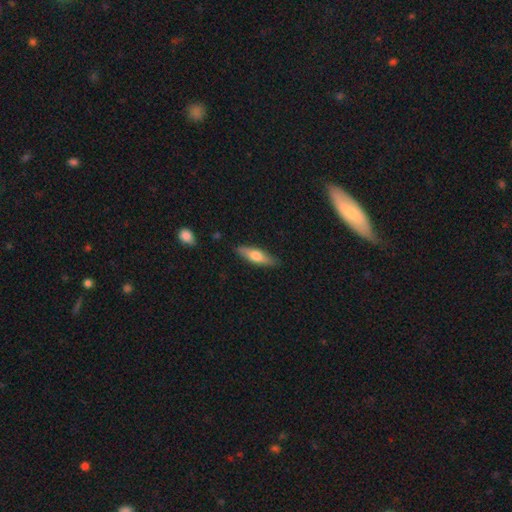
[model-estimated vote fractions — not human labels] The model was most divided on "how rounded": cigar-shaped: 59%, in between: 38%, round: 2%. More confident: merging — none (87%); smooth or featured — smooth (58%).